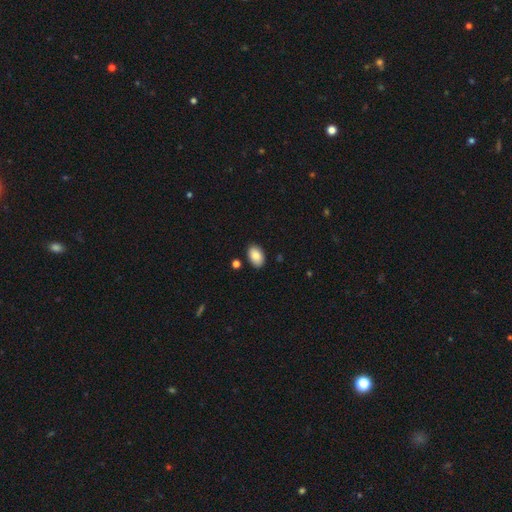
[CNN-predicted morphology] The model was most divided on "merging": none: 85%, minor disturbance: 10%, merger: 3%, major disturbance: 2%. More confident: how rounded — in between (92%); smooth or featured — smooth (88%).